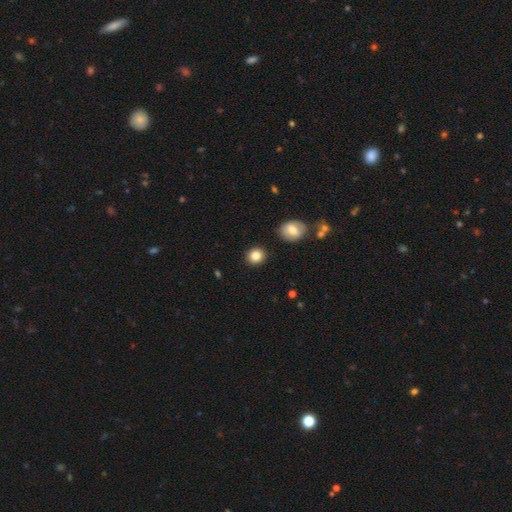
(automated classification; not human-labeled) This appears to be a smooth galaxy with no disk features (85%) that is round (79%). Merging: none (89%).